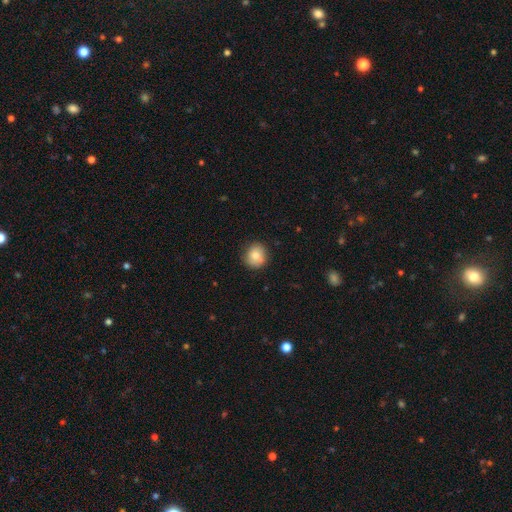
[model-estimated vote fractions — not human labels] A smooth galaxy with no disk features (80%) that is round (88%).

Vote fractions:
- Smooth or featured? smooth: 80% / featured or disk: 11% / star or artifact: 9%
- How rounded? round: 88% / in between: 11% / cigar-shaped: 1%
- Merging? none: 84% / minor disturbance: 12% / merger: 2% / major disturbance: 2%